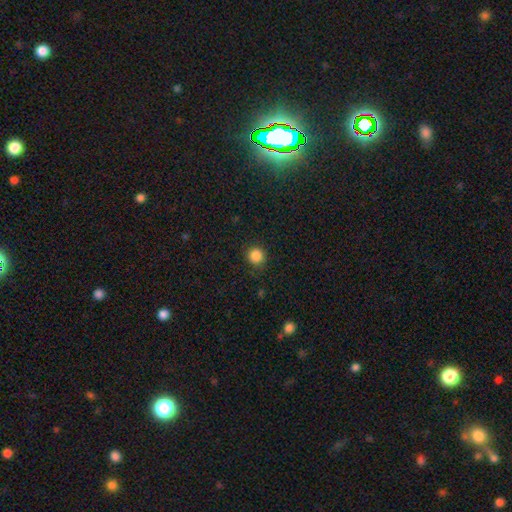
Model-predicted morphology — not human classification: Smooth or featured? Predicted: smooth (p=0.86). How rounded? Predicted: round (p=0.92). Merging? Predicted: none (p=0.87).